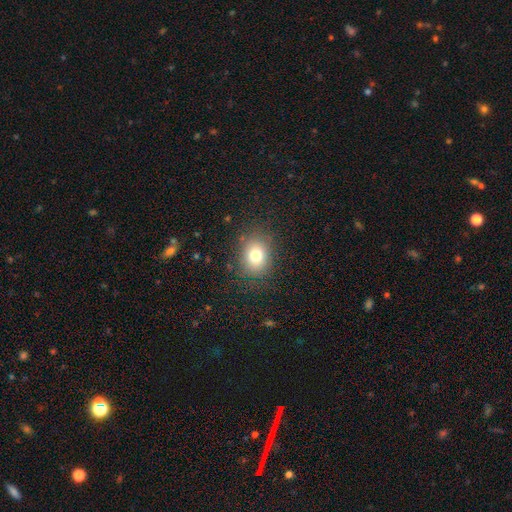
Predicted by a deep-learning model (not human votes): This is likely a smooth galaxy (77%). How rounded: possibly round (51%). Merging: clearly none (83%).